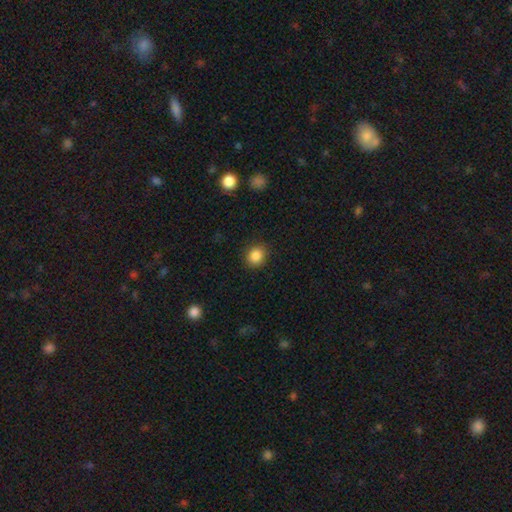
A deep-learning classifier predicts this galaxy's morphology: smooth_or_featured: smooth (p=0.86) [alt: star or artifact p=0.10]
how_rounded: round (p=0.80) [alt: in between p=0.19]
merging: none (p=0.89) [alt: minor disturbance p=0.08]